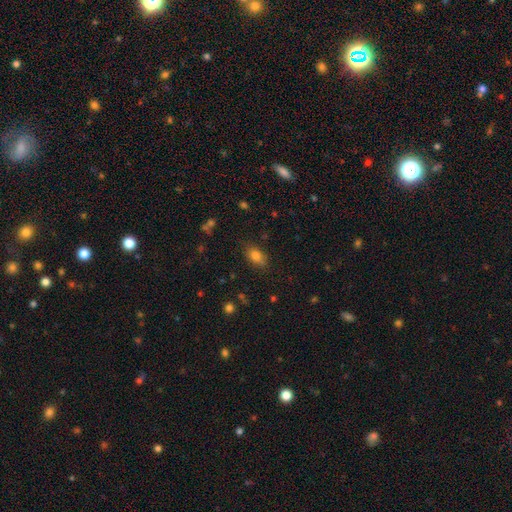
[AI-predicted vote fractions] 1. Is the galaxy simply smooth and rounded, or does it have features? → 82% smooth, 11% star or artifact, 8% featured or disk.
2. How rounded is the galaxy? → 85% in between, 11% round, 4% cigar-shaped.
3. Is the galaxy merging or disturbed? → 80% none, 14% minor disturbance, 4% major disturbance, 2% merger.